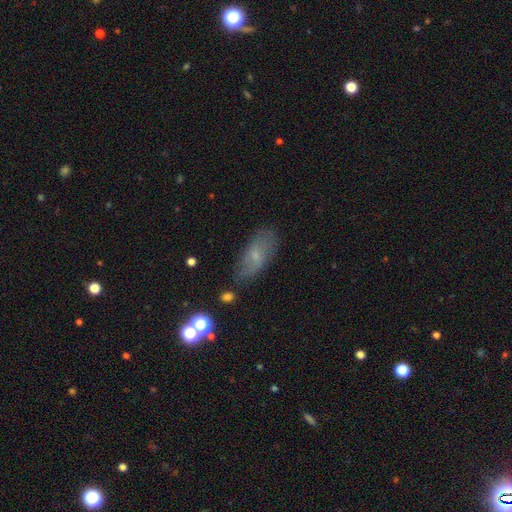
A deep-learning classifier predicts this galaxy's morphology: smooth 54%, featured or disk 34%, star or artifact 12%. Down the decision tree: how rounded — in between (84%); merging — none (69%).